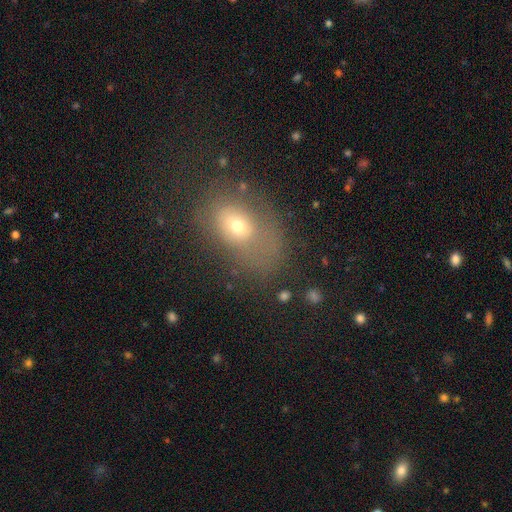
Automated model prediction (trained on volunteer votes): This appears to be a smooth galaxy with no disk features (58%) that is in between round and cigar-shaped (71%). Merging: none (50%).